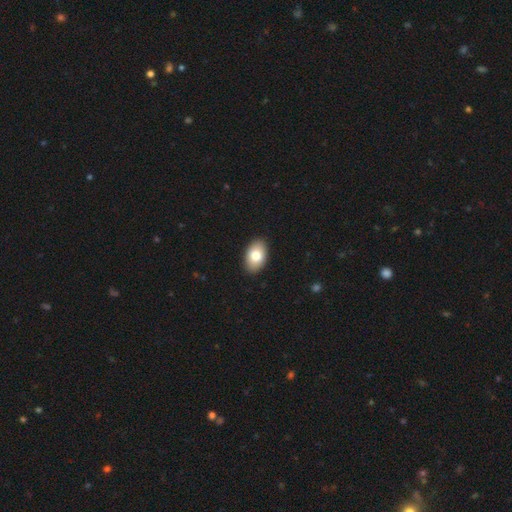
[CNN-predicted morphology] Overall: smooth (80%). How rounded: in between (92%). Merging: none (90%).